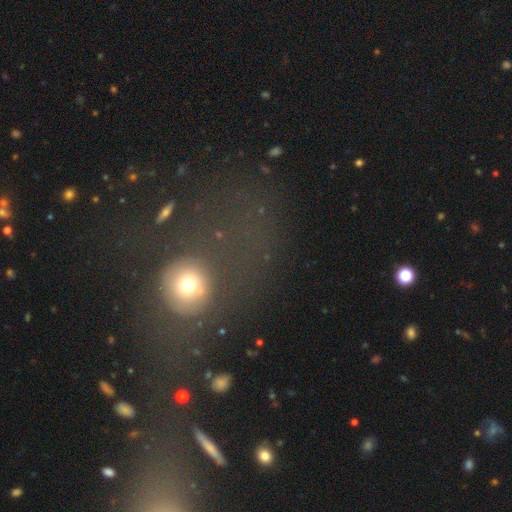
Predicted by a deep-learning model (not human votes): Smooth or featured? smooth (46%)
Merging? none (48%)